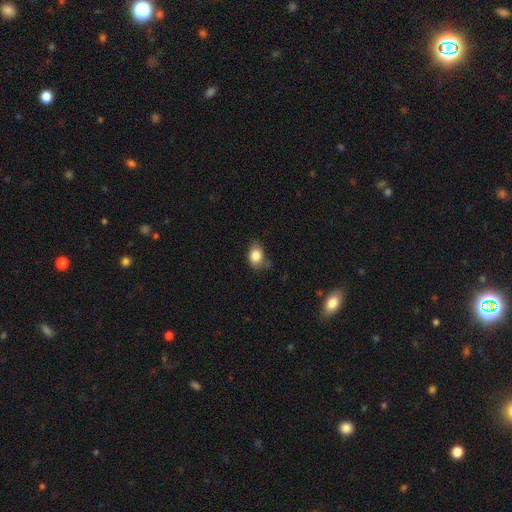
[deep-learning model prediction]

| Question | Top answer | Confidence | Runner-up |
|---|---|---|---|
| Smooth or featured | smooth | 84% | star or artifact (9%) |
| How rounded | in between | 69% | round (30%) |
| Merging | none | 62% | minor disturbance (29%) |